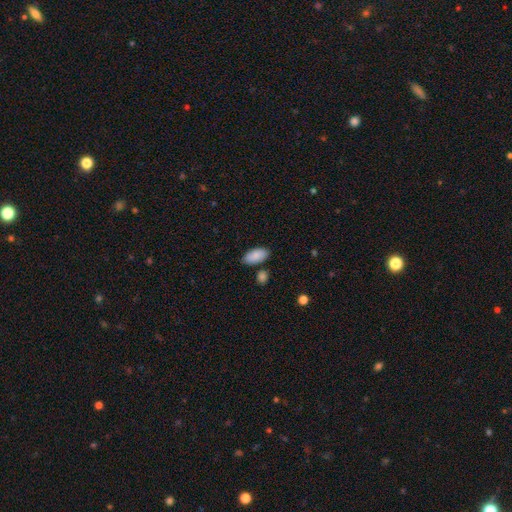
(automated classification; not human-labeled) The model was most divided on "merging": none: 81%, minor disturbance: 11%, merger: 6%, major disturbance: 2%. More confident: how rounded — in between (93%); smooth or featured — smooth (89%).